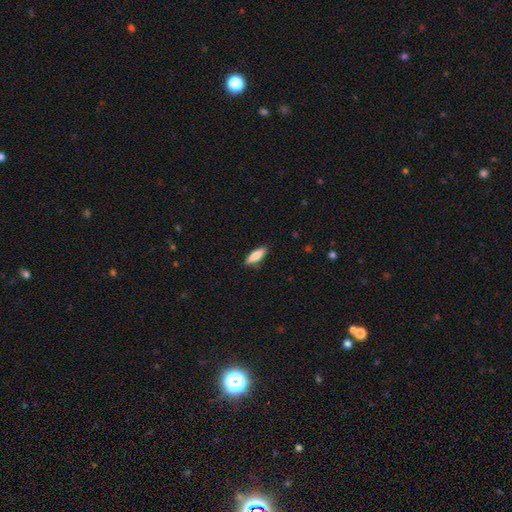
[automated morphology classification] Smooth or featured? smooth (85%)
How rounded? in between (57%)
Merging? none (86%)